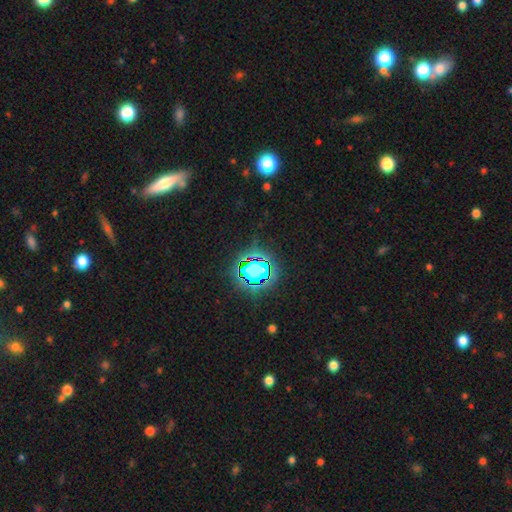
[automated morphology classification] A star or artifact, not a galaxy (74%).